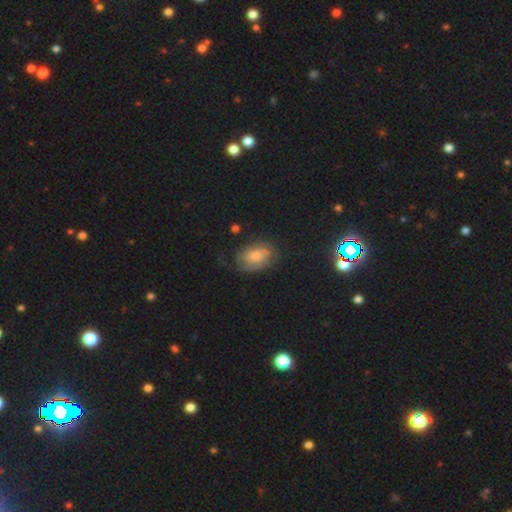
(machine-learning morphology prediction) type=smooth (45%); merging=none (65%).